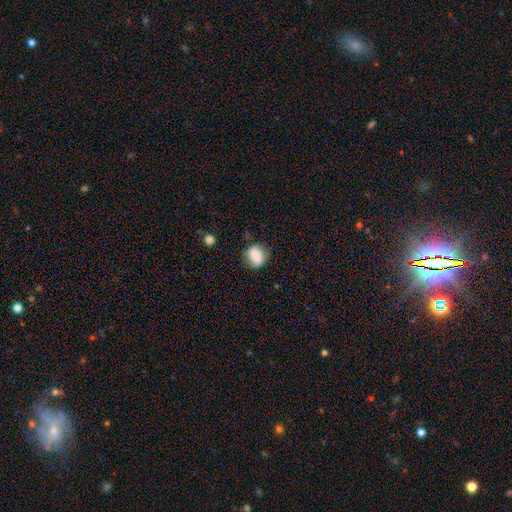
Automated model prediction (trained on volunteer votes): Smooth or featured?
  - smooth: 71% *
  - featured or disk: 20%
  - star or artifact: 9%
How rounded?
  - in between: 51% *
  - round: 45%
  - cigar-shaped: 4%
Merging?
  - none: 72% *
  - minor disturbance: 19%
  - major disturbance: 6%
  - merger: 3%